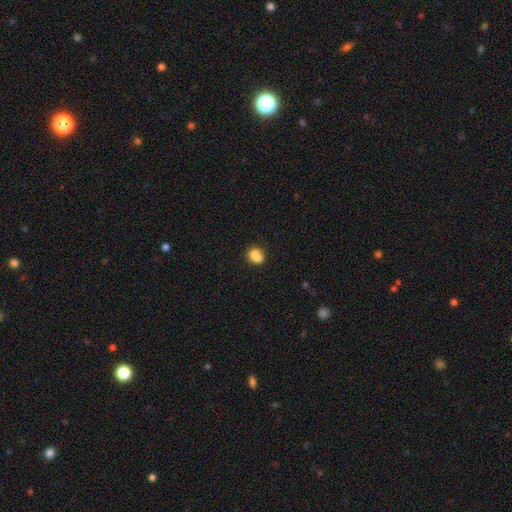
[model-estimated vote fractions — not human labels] Morphology: type=smooth (80%); roundness=in between (55%); merging=none (50%).